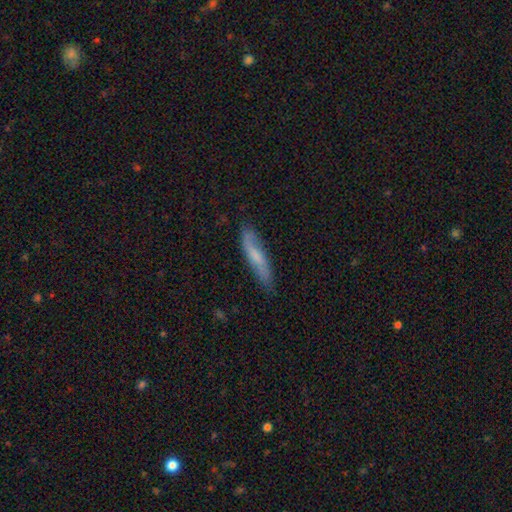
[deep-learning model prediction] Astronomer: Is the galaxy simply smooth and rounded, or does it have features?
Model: smooth — 57% (runner-up: featured or disk, 36%).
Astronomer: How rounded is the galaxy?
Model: cigar-shaped — 83%.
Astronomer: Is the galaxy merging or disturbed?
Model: none — 76%.